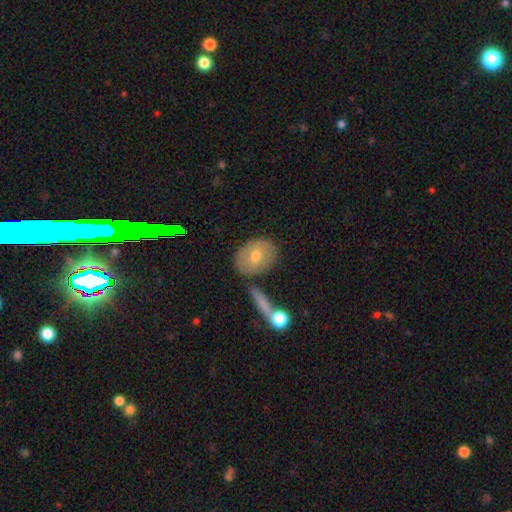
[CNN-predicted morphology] Smooth or featured? smooth (63%)
How rounded? in between (60%)
Merging? none (74%)